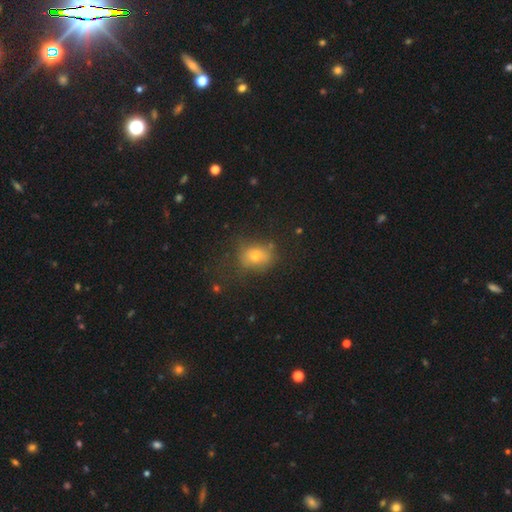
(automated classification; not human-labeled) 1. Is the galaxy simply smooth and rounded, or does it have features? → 66% smooth, 18% featured or disk, 16% star or artifact.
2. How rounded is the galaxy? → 50% in between, 49% round, 1% cigar-shaped.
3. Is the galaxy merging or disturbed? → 58% none, 24% minor disturbance, 14% major disturbance, 3% merger.